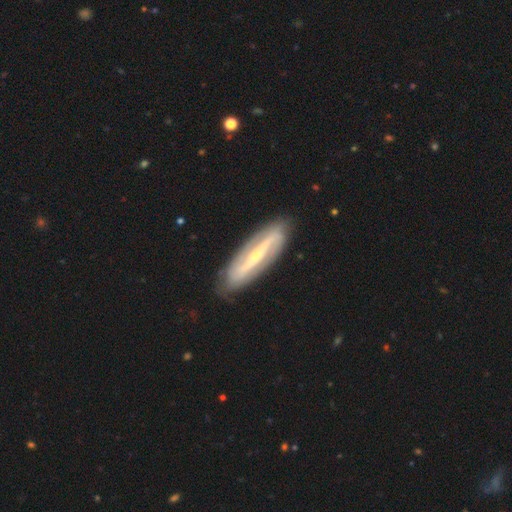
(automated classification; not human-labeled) Smooth or featured: featured or disk — 80% (smooth — 15%)
Edge-on disk: no — 73% (yes — 27%)
Bar: strong — 66% (weak — 22%)
Spiral arms: yes — 81% (no — 19%)
Bulge size: small — 60% (moderate — 34%)
Merging: none — 85% (minor disturbance — 11%)